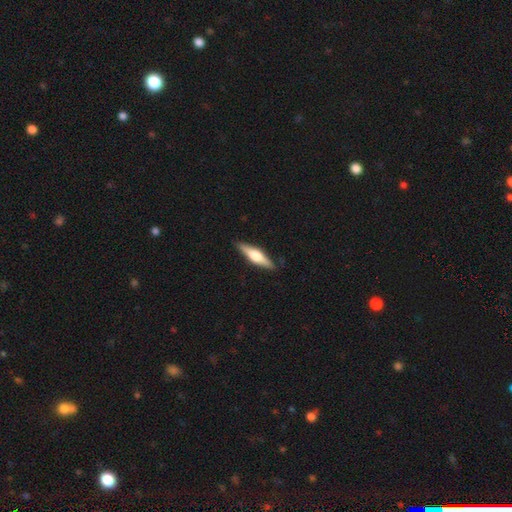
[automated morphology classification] A featured or disk galaxy (62%) viewed edge-on (96%) with a rounded central bulge (91%).

Vote fractions:
- Smooth or featured? featured or disk: 62% / smooth: 33% / star or artifact: 5%
- Edge-on disk? yes: 96% / no: 4%
- Edge-on bulge? rounded: 91% / boxy: 7% / none: 2%
- Merging? none: 89% / minor disturbance: 9% / major disturbance: 2% / merger: 1%